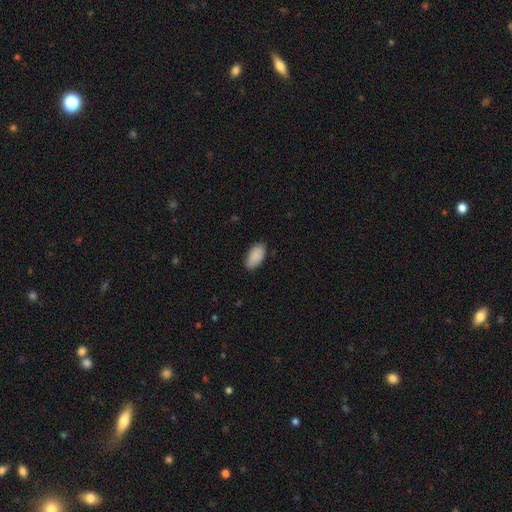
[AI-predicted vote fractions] A smooth galaxy with no disk features (89%) that is in between round and cigar-shaped (94%).

Vote fractions:
- Smooth or featured? smooth: 89% / star or artifact: 6% / featured or disk: 4%
- How rounded? in between: 94% / cigar-shaped: 3% / round: 2%
- Merging? none: 82% / minor disturbance: 14% / major disturbance: 2% / merger: 1%